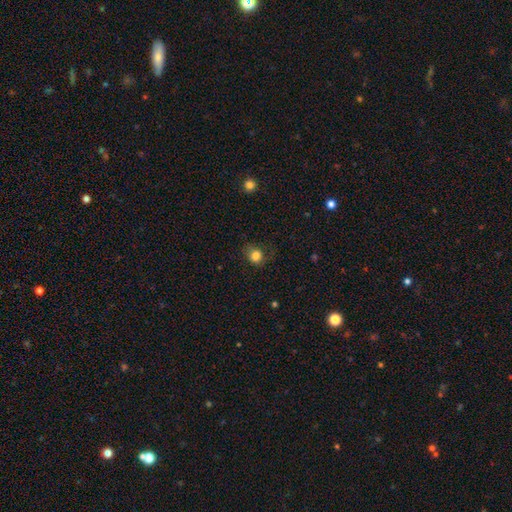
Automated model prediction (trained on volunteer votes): Overall: smooth (83%). How rounded: round (71%). Merging: none (70%).